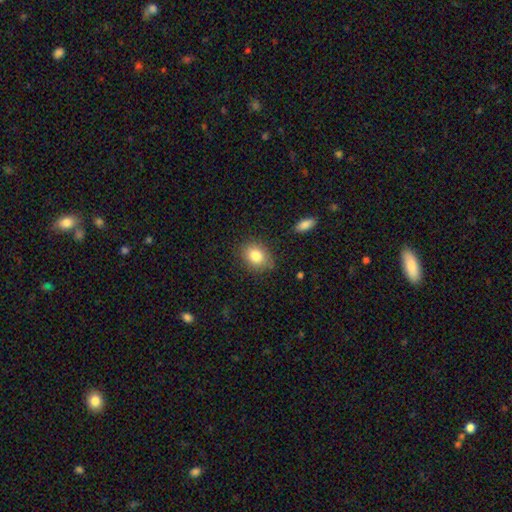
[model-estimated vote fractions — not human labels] The model was most divided on "how rounded": in between: 52%, round: 47%, cigar-shaped: 1%. More confident: smooth or featured — smooth (82%); merging — none (80%).